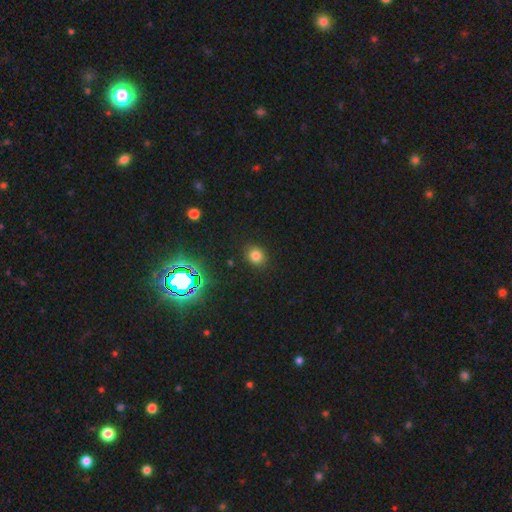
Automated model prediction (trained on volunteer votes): This is likely a smooth galaxy (77%). How rounded: likely round (70%). Merging: clearly none (89%).